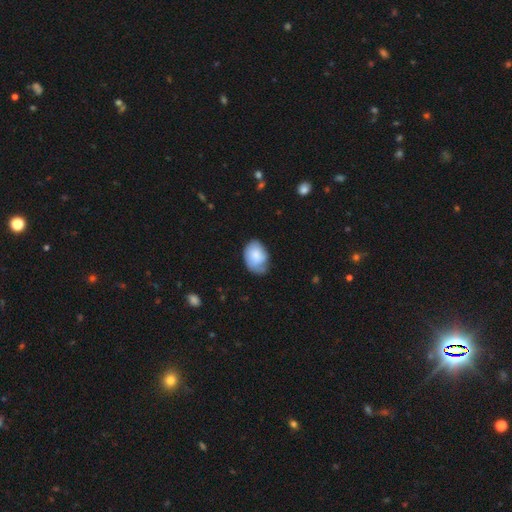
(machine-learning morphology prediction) Q: Smooth or featured?
A: smooth (76%); runner-up: featured or disk (18%)
Q: How rounded?
A: in between (82%); runner-up: round (17%)
Q: Merging?
A: none (48%); runner-up: minor disturbance (39%)